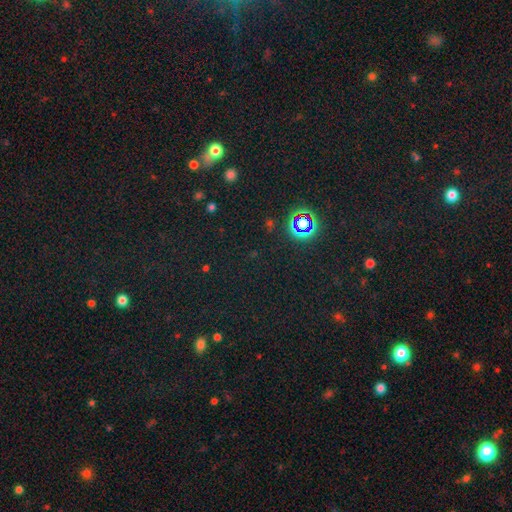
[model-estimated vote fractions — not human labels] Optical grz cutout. It shows a star or artifact, not a galaxy (67%).